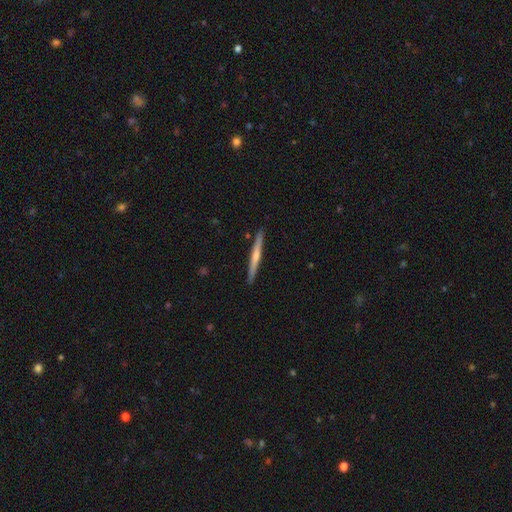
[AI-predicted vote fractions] Smooth or featured?
  - featured or disk: 69% *
  - smooth: 26%
  - star or artifact: 6%
Edge-on disk?
  - yes: 98% *
  - no: 2%
Edge-on bulge?
  - rounded: 74% *
  - none: 21%
  - boxy: 5%
Merging?
  - none: 92% *
  - minor disturbance: 6%
  - major disturbance: 1%
  - merger: 1%